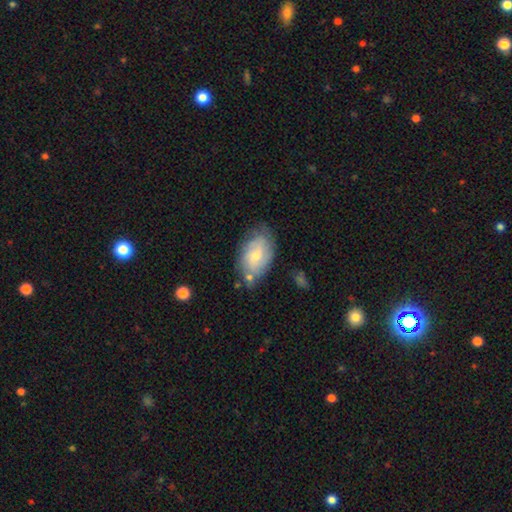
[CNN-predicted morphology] Overall: featured or disk (50%; smooth 43%). Edge-on disk: no (95%). Merging: none (62%; minor disturbance 24%).